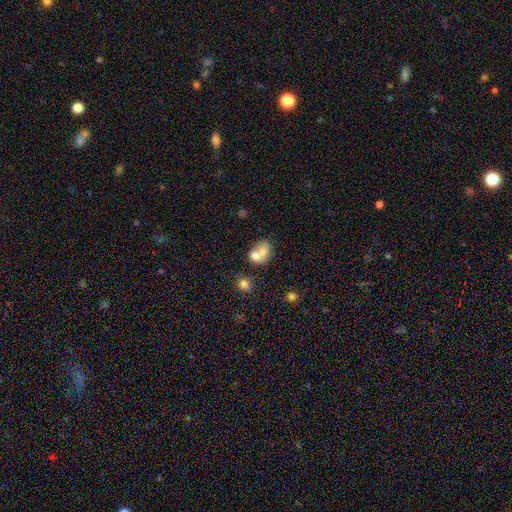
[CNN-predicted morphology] Smooth or featured? smooth (69%)
How rounded? round (51%)
Merging? merger (63%)